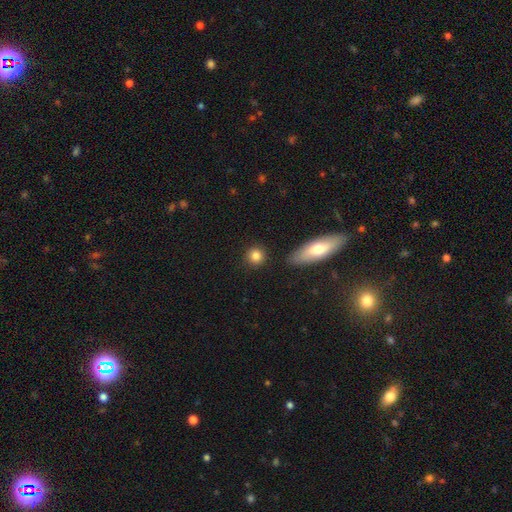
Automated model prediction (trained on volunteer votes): A smooth galaxy with no disk features (85%) that is round (89%).

Vote fractions:
- Smooth or featured? smooth: 85% / star or artifact: 9% / featured or disk: 6%
- How rounded? round: 89% / in between: 9% / cigar-shaped: 2%
- Merging? none: 87% / minor disturbance: 8% / merger: 3% / major disturbance: 2%